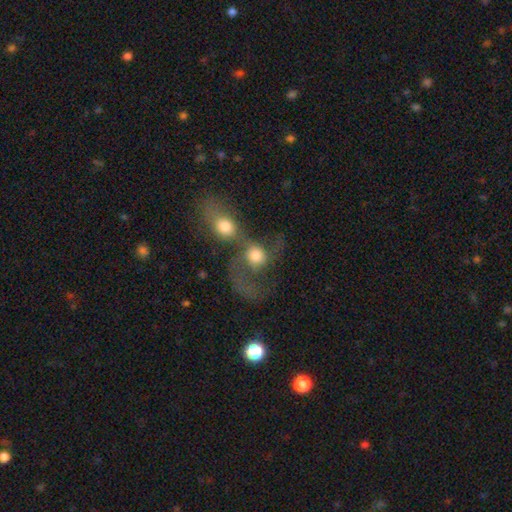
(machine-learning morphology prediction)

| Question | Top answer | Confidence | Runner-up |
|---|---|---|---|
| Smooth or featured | smooth | 51% | featured or disk (38%) |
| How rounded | round | 63% | in between (35%) |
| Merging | merger | 79% | major disturbance (11%) |